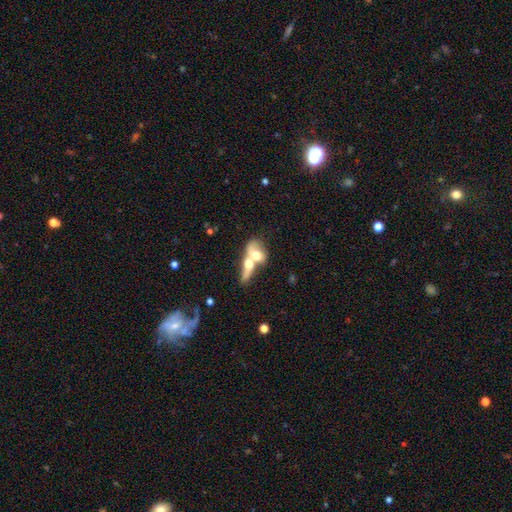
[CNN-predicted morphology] Overall: smooth (55%; featured or disk 38%). How rounded: in between (62%; round 26%). Merging: merger (80%).